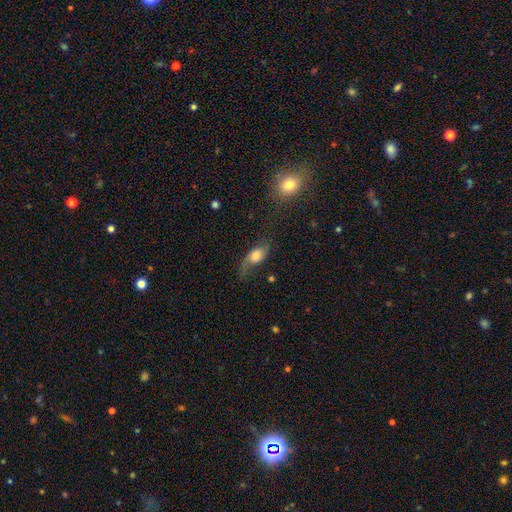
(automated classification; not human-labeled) Smooth or featured? smooth (50%)
Merging? none (45%)